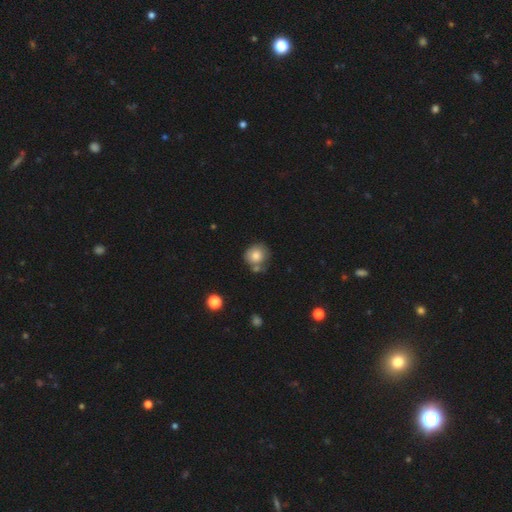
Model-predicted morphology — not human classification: smooth 78%, featured or disk 14%, star or artifact 9%. Down the decision tree: how rounded — round (84%); merging — none (57%).